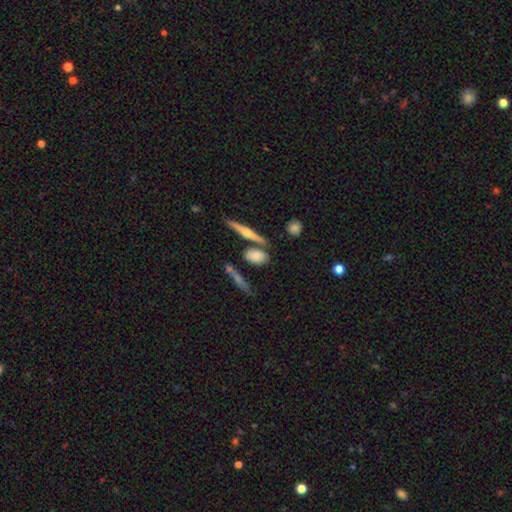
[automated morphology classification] Smooth or featured? Predicted: smooth (p=0.67). How rounded? Predicted: in between (p=0.66). Merging? Predicted: none (p=0.68).